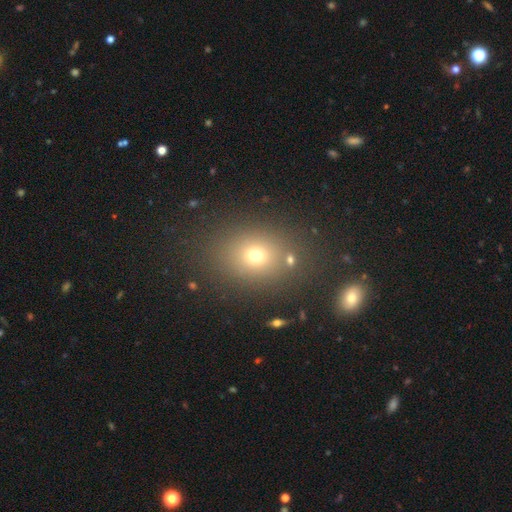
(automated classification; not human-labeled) This is likely a smooth galaxy (69%). How rounded: possibly round (50%). Merging: likely none (79%).